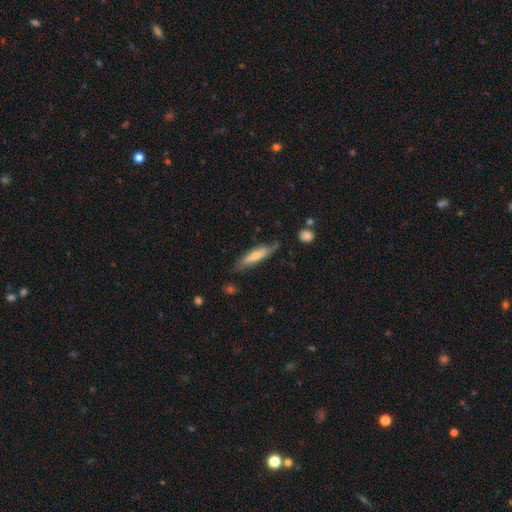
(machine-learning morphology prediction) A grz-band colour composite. It shows a smooth galaxy with no disk features (54%) that is cigar-shaped (78%). Merging: none (69%).